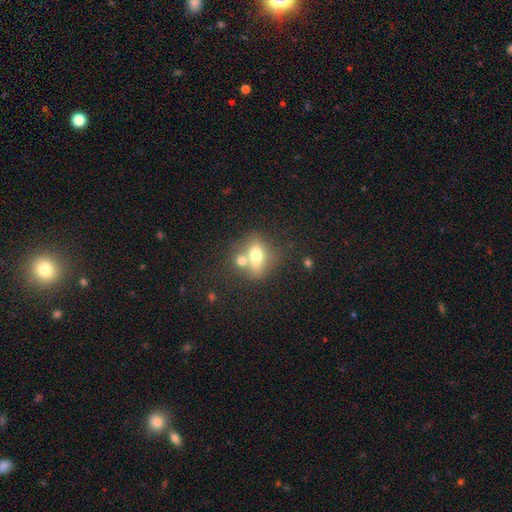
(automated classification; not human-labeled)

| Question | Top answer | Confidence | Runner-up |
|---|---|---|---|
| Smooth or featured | smooth | 65% | featured or disk (24%) |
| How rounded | in between | 63% | round (32%) |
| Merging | merger | 42% | none (41%) |